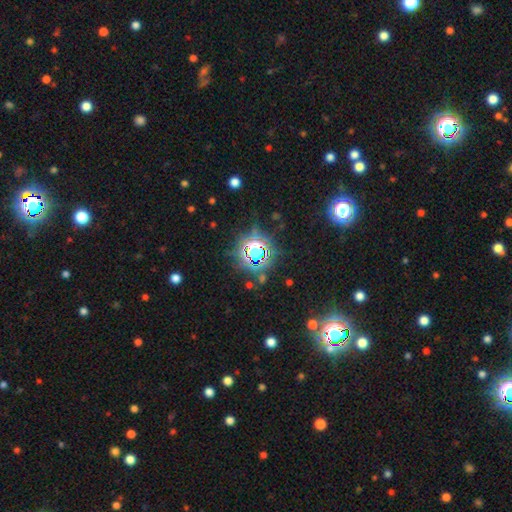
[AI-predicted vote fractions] A star or artifact, not a galaxy (73%).